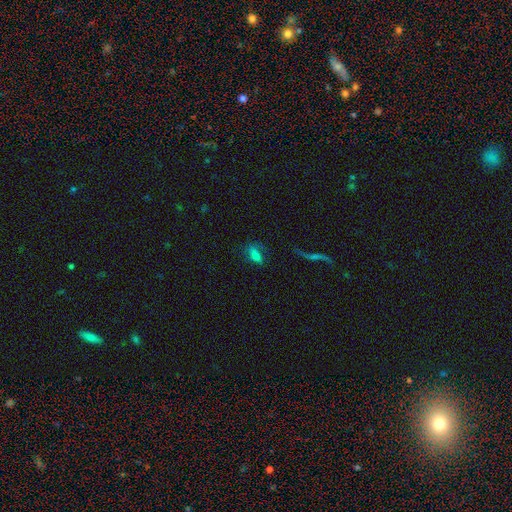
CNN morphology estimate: type=smooth (58%); roundness=in between (74%); merging=none (57%).